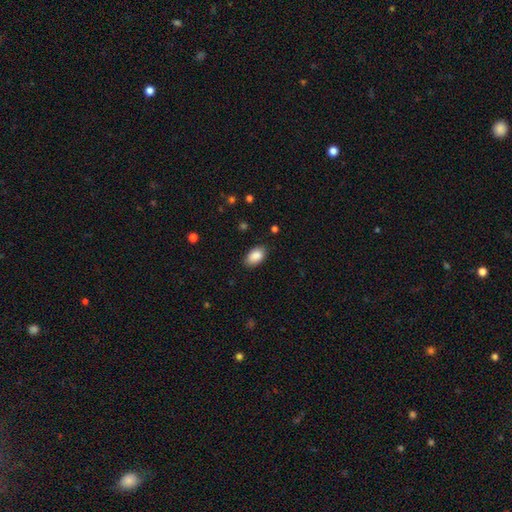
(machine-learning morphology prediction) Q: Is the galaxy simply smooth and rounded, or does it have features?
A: smooth — 89%.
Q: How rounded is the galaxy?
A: in between — 92%.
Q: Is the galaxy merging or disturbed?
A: none — 84%.